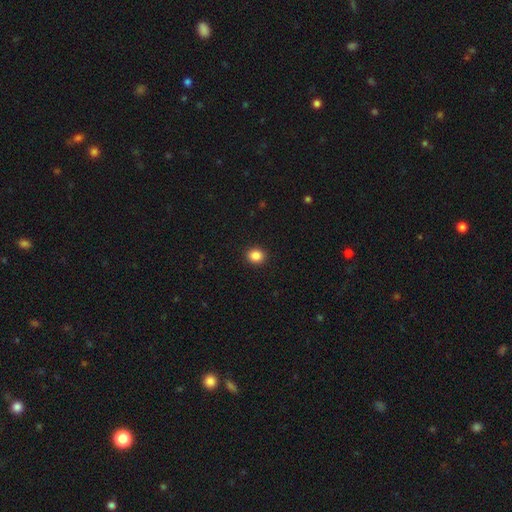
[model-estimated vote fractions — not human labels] A smooth galaxy with no disk features (87%) that is round (75%). Merging: none (92%).